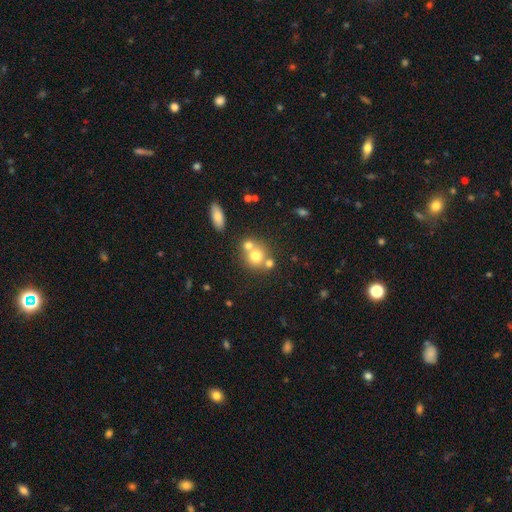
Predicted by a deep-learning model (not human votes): smooth-or-featured: smooth: 70% | featured or disk: 17% | star or artifact: 13%
  how-rounded: round: 82% | in between: 17% | cigar-shaped: 1%
  merging: none: 46% | merger: 42% | minor disturbance: 8% | major disturbance: 3%